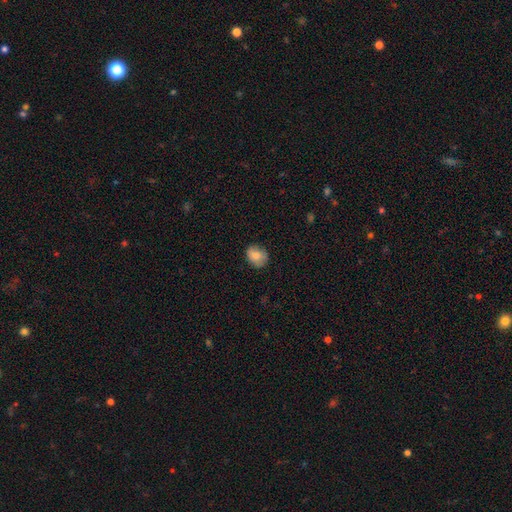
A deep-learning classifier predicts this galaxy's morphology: Smooth or featured?
  - smooth: 82% *
  - featured or disk: 9%
  - star or artifact: 8%
How rounded?
  - round: 54% *
  - in between: 45%
  - cigar-shaped: 1%
Merging?
  - none: 78% *
  - minor disturbance: 18%
  - major disturbance: 3%
  - merger: 1%